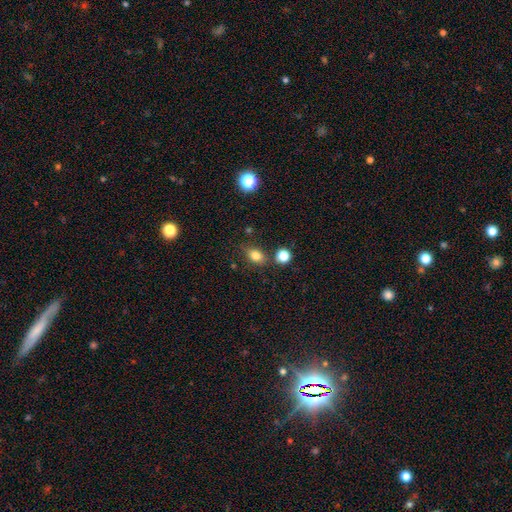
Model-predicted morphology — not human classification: smooth-or-featured: smooth: 80% | star or artifact: 12% | featured or disk: 8%
  how-rounded: in between: 65% | round: 32% | cigar-shaped: 3%
  merging: none: 72% | minor disturbance: 16% | merger: 8% | major disturbance: 4%